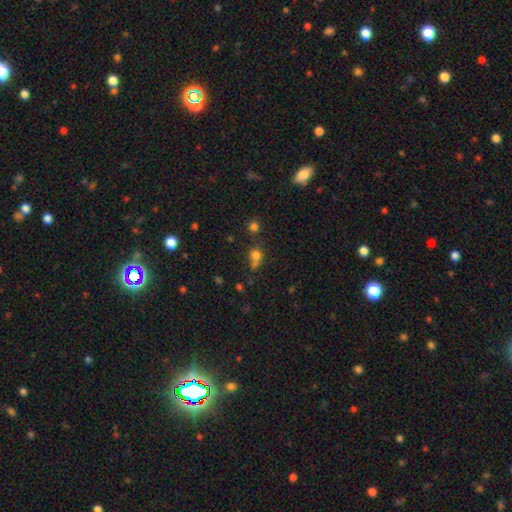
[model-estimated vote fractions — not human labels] The model was most divided on "merging": none: 45%, merger: 26%, minor disturbance: 17%, major disturbance: 12%. More confident: how rounded — round (71%); smooth or featured — smooth (70%).